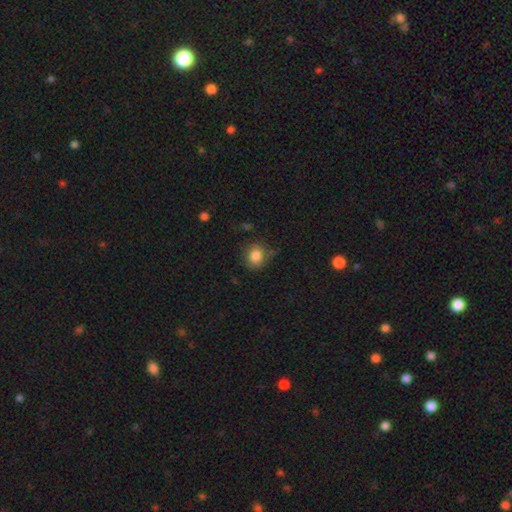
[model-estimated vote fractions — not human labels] A smooth galaxy with no disk features (83%) that is round (69%). Merging: none (68%).